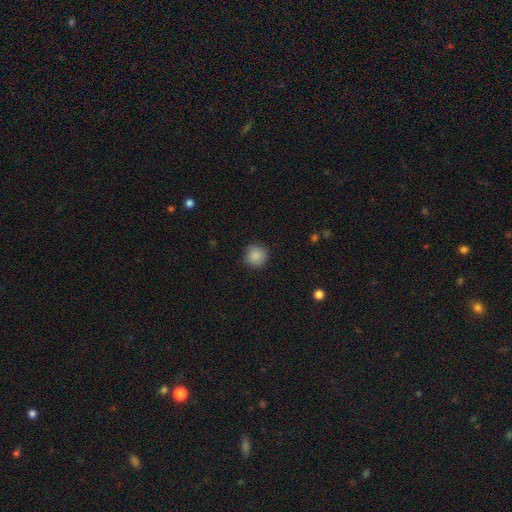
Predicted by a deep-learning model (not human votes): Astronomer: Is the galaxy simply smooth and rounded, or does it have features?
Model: smooth — 87%.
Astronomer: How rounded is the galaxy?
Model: round — 94%.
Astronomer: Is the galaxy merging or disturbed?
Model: none — 87%.